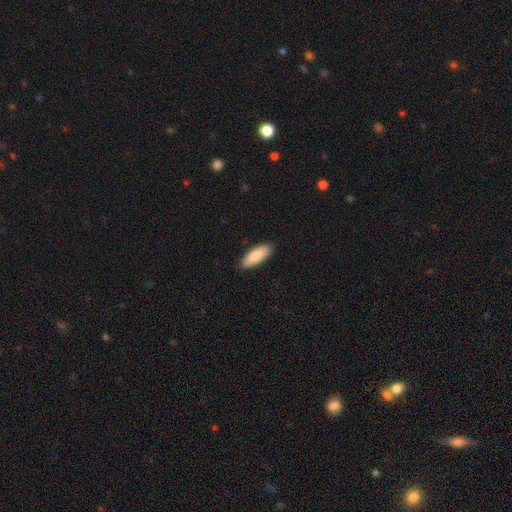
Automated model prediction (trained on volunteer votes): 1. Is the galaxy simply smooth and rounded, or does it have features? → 87% smooth, 7% featured or disk, 5% star or artifact.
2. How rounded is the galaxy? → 74% in between, 25% cigar-shaped, 2% round.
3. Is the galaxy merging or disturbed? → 89% none, 9% minor disturbance, 2% major disturbance, 1% merger.